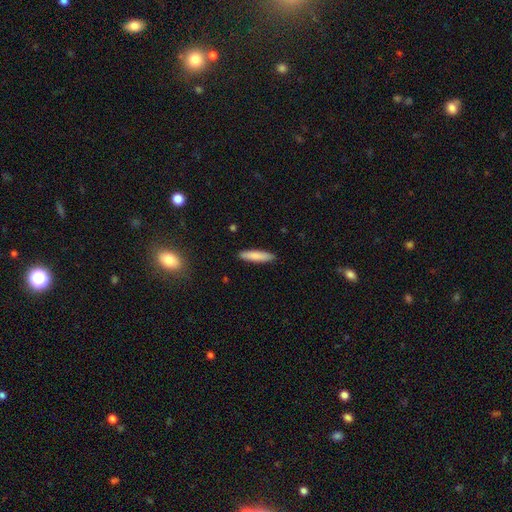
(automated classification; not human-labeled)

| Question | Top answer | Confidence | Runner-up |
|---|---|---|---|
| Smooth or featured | smooth | 84% | featured or disk (11%) |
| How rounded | cigar-shaped | 81% | in between (18%) |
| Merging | none | 90% | minor disturbance (7%) |